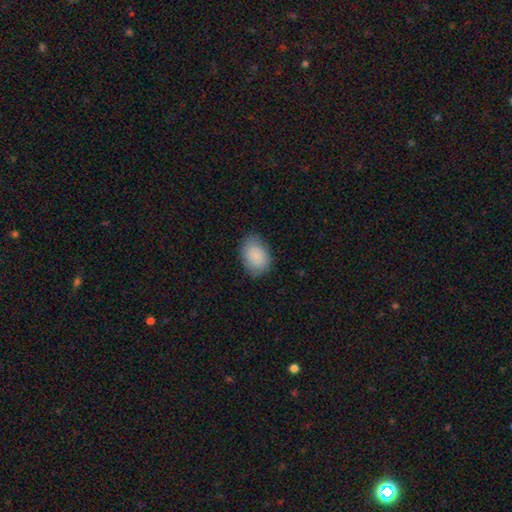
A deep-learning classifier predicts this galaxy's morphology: smooth 84%, featured or disk 9%, star or artifact 7%. Down the decision tree: how rounded — in between (79%); merging — none (79%).